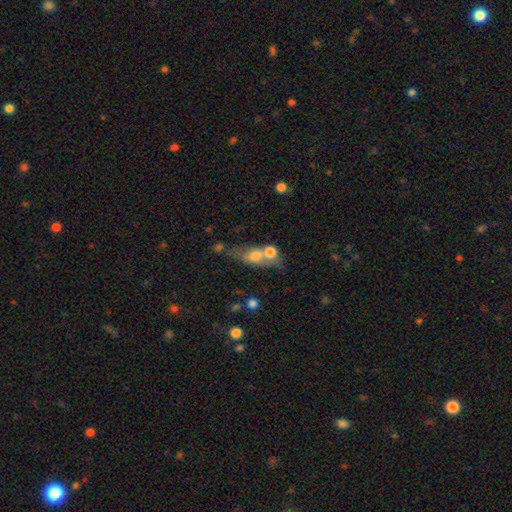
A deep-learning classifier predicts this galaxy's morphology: A smooth galaxy with no disk features (65%) that is in between round and cigar-shaped (54%). Merging: merger (49%).